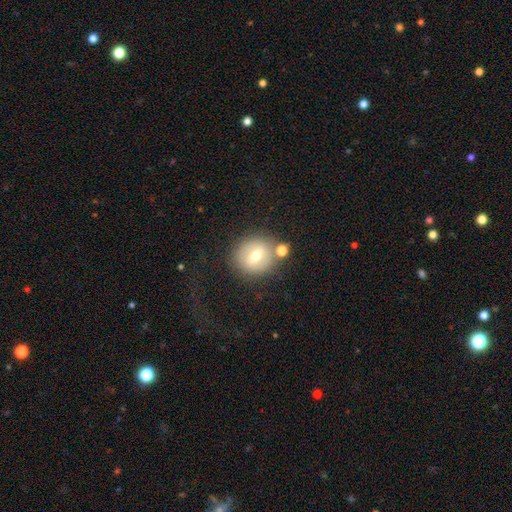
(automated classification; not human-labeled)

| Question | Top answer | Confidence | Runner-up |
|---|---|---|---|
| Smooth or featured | smooth | 58% | featured or disk (32%) |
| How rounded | round | 83% | in between (16%) |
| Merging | none | 73% | minor disturbance (11%) |